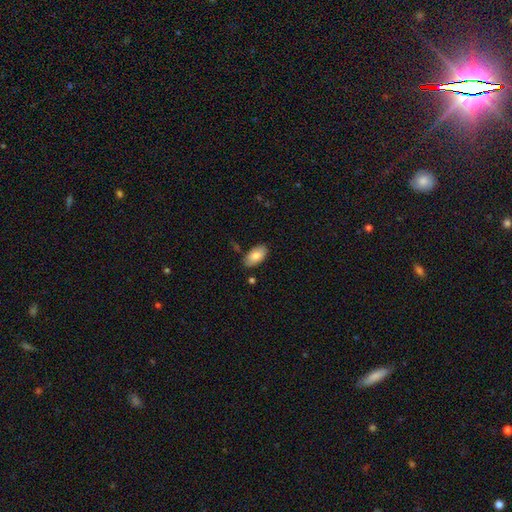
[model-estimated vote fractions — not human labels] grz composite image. It shows a smooth galaxy with no disk features (80%) that is in between round and cigar-shaped (95%). Merging: none (79%).